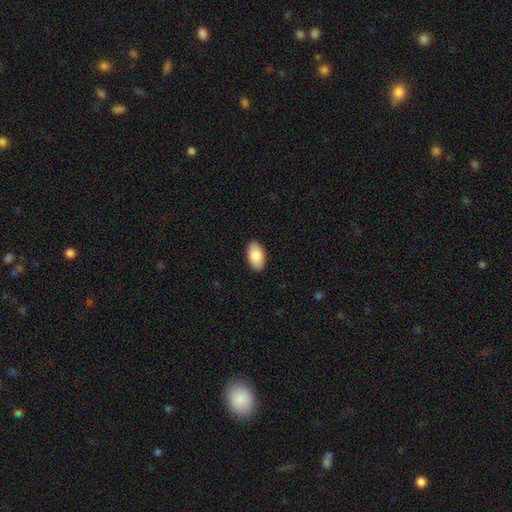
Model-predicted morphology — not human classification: Q: Smooth or featured?
A: smooth (87%); runner-up: featured or disk (7%)
Q: How rounded?
A: in between (95%); runner-up: round (3%)
Q: Merging?
A: none (90%); runner-up: minor disturbance (8%)